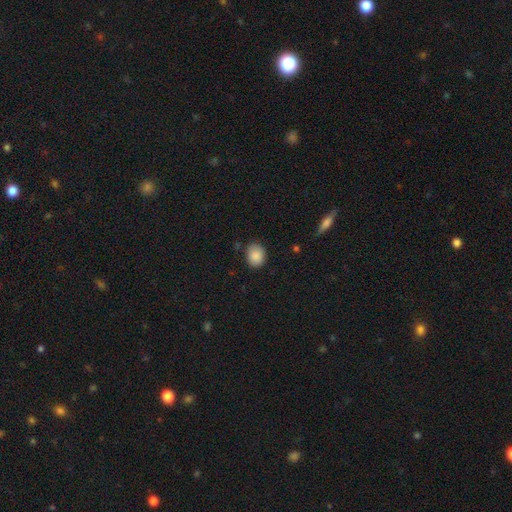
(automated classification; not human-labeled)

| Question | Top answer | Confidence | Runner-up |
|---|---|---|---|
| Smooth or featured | smooth | 88% | star or artifact (8%) |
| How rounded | round | 50% | in between (49%) |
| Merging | none | 80% | minor disturbance (15%) |